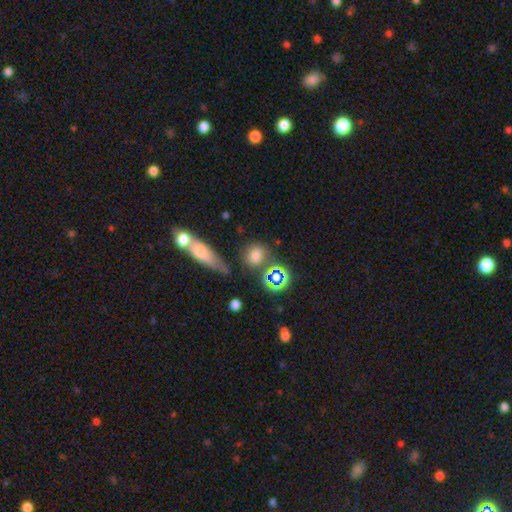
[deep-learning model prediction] smooth 70%, star or artifact 19%, featured or disk 11%. Down the decision tree: how rounded — round (69%); merging — none (69%).